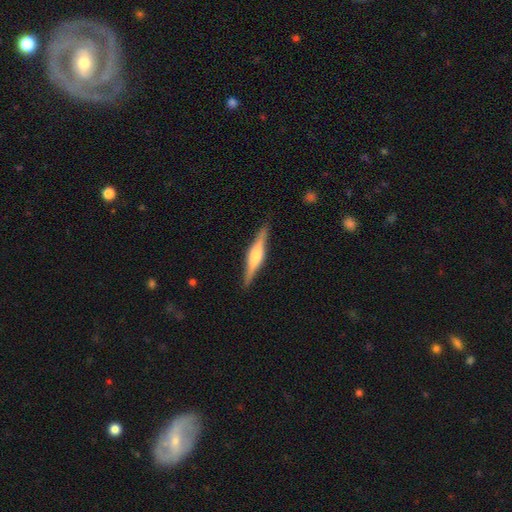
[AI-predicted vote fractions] A featured or disk galaxy (69%) viewed edge-on (97%) with a rounded central bulge (68%).

Vote fractions:
- Smooth or featured? featured or disk: 69% / smooth: 26% / star or artifact: 5%
- Edge-on disk? yes: 97% / no: 3%
- Edge-on bulge? rounded: 68% / boxy: 26% / none: 6%
- Merging? none: 90% / minor disturbance: 7% / major disturbance: 2% / merger: 1%